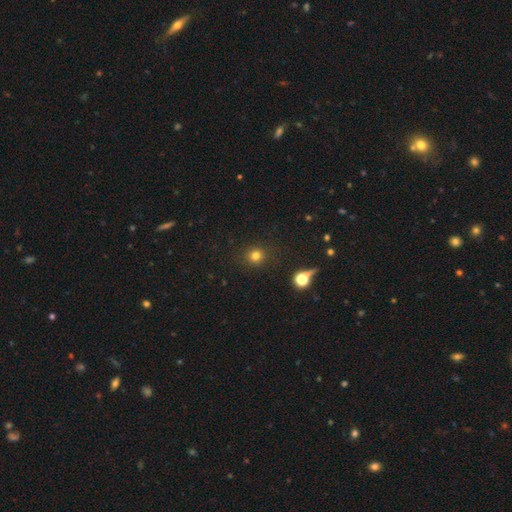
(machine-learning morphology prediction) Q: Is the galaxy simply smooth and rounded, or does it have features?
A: smooth — 78%.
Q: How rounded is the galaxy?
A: round — 90%.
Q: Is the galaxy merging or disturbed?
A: none — 89%.